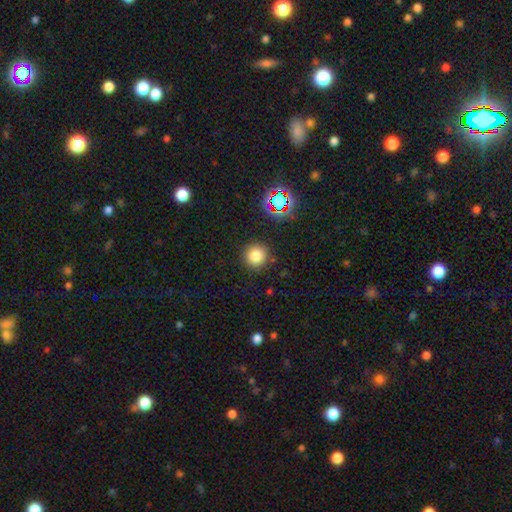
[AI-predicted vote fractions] Morphology: type=smooth (77%); roundness=round (94%); merging=none (88%).